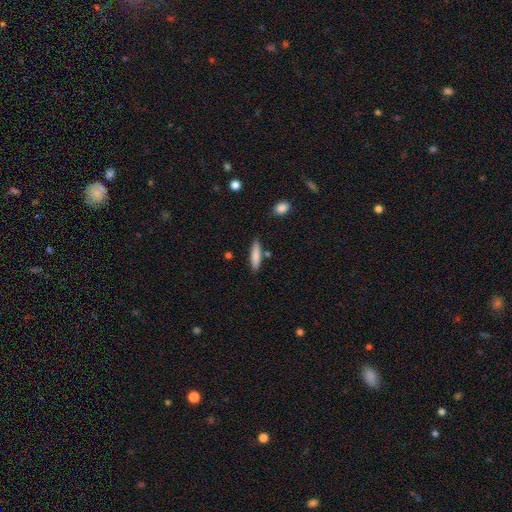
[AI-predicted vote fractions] Smooth or featured? smooth (81%)
How rounded? cigar-shaped (79%)
Merging? none (79%)